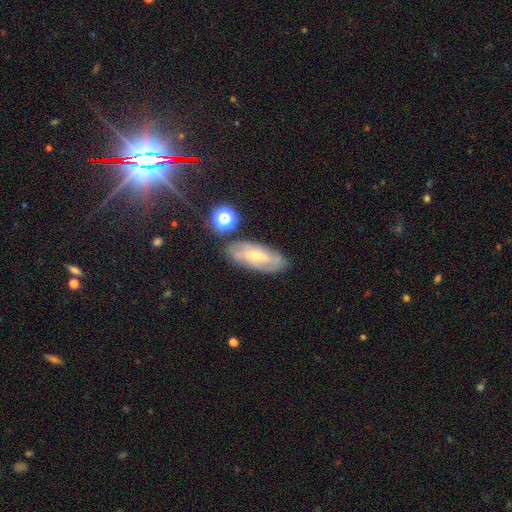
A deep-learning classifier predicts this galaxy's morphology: Overall: featured or disk (62%; smooth 29%). Edge-on disk: no (83%). Bar: no (51%; weak 35%). Spiral arms: yes (75%). Bulge size: small (62%; moderate 34%). Merging: none (75%).